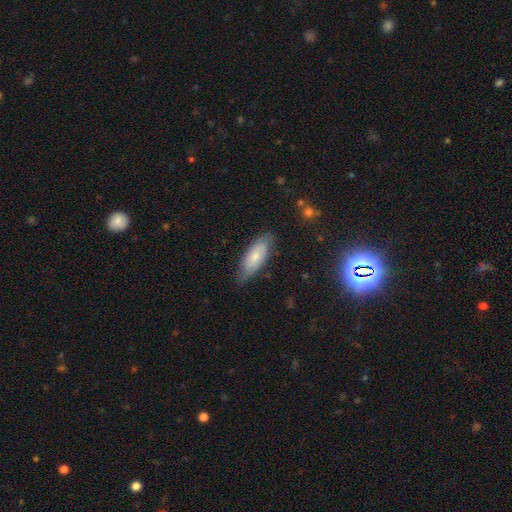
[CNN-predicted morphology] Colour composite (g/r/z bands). It shows a smooth galaxy with no disk features (55%) that is in between round and cigar-shaped (65%). Merging: none (77%).